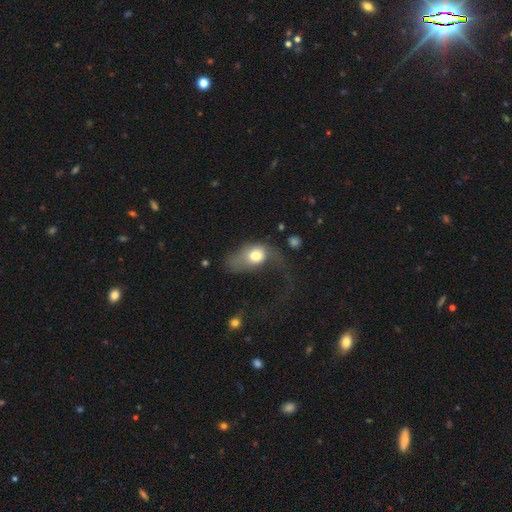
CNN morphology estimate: Overall: smooth (68%). How rounded: in between (72%). Merging: major disturbance (63%).